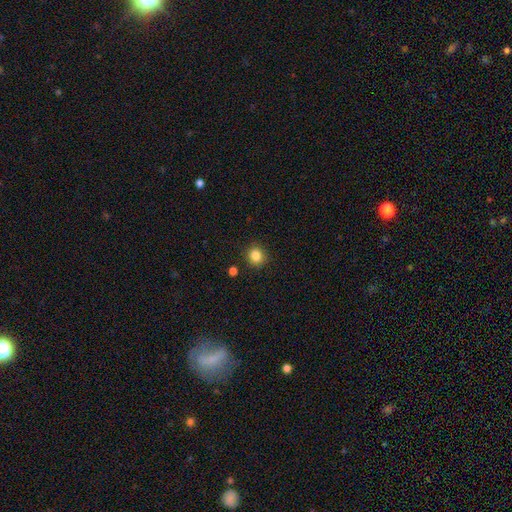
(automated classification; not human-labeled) Smooth or featured: smooth — 84% (star or artifact — 11%)
How rounded: round — 84% (in between — 15%)
Merging: none — 88% (minor disturbance — 7%)